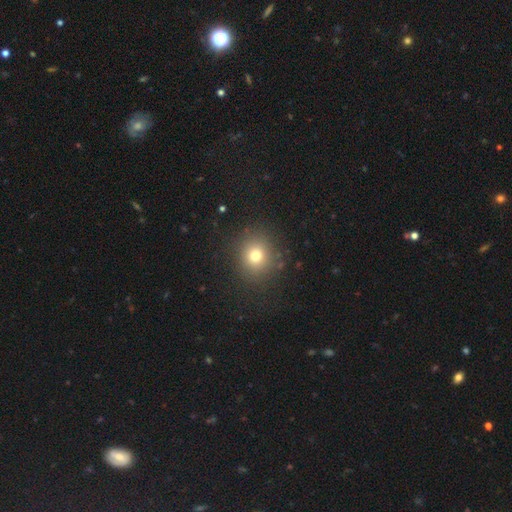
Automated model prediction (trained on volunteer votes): This is likely a smooth galaxy (74%). How rounded: clearly round (86%). Merging: clearly none (87%).